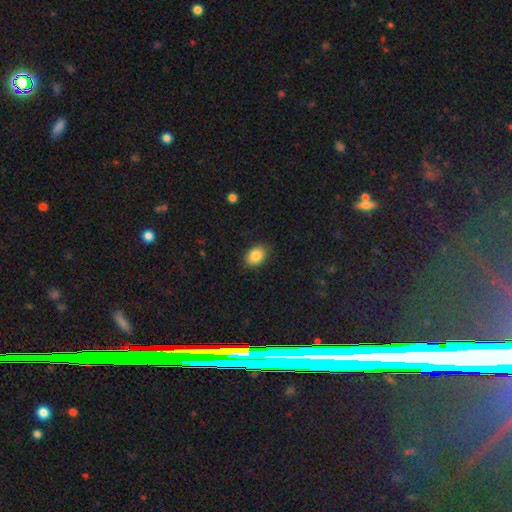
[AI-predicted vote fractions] smooth 87%, star or artifact 8%, featured or disk 5%. Down the decision tree: how rounded — in between (76%); merging — none (87%).